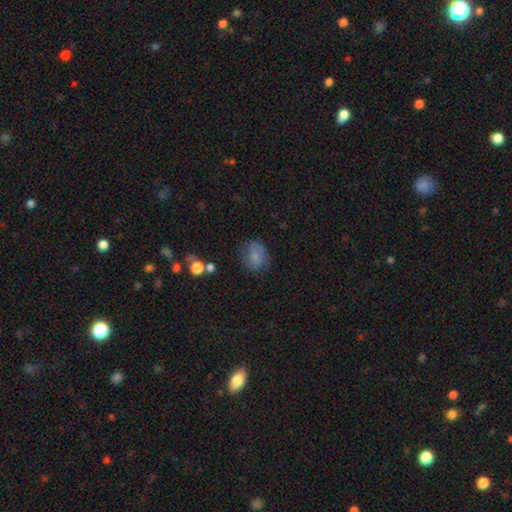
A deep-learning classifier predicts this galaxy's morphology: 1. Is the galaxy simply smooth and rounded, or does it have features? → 67% smooth, 21% featured or disk, 12% star or artifact.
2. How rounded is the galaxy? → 52% round, 47% in between, 1% cigar-shaped.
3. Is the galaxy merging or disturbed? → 54% none, 27% minor disturbance, 15% major disturbance, 4% merger.